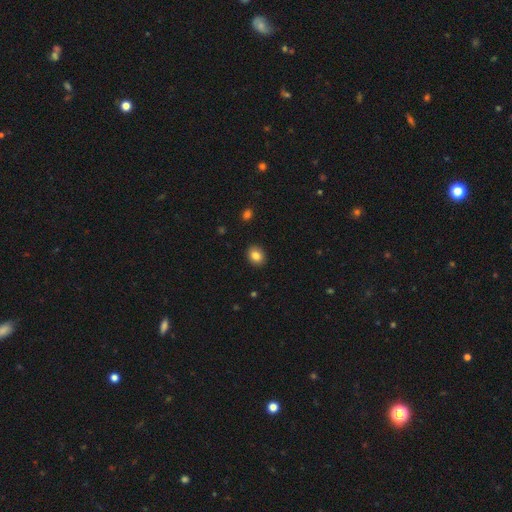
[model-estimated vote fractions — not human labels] The model was most divided on "how rounded": round: 52%, in between: 47%, cigar-shaped: 1%. More confident: merging — none (91%); smooth or featured — smooth (84%).